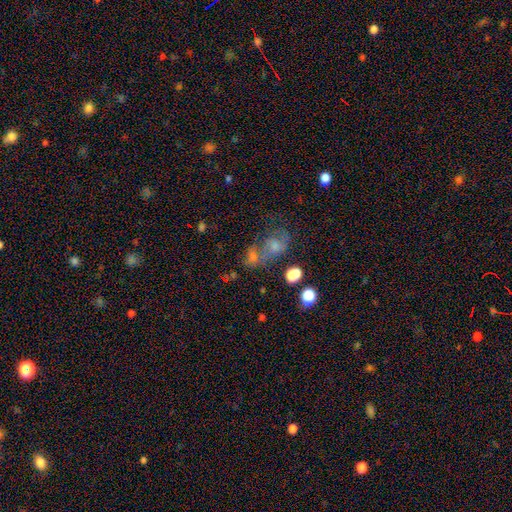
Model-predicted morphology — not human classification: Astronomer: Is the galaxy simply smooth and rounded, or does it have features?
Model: smooth — 43% (runner-up: featured or disk, 32%).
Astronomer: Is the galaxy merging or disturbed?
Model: merger — 41% (runner-up: none, 32%).